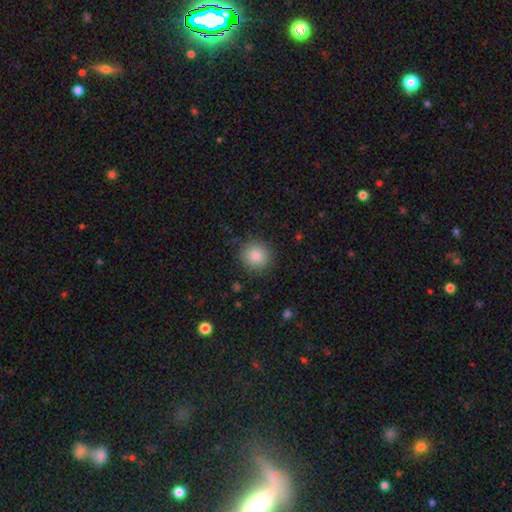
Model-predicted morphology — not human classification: This is clearly a smooth galaxy (86%). How rounded: clearly round (90%). Merging: clearly none (87%).